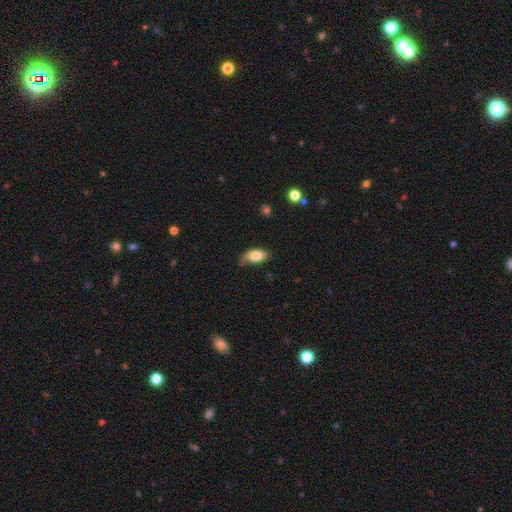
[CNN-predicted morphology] This is clearly a smooth galaxy (80%). How rounded: clearly in between (92%). Merging: possibly none (57%).